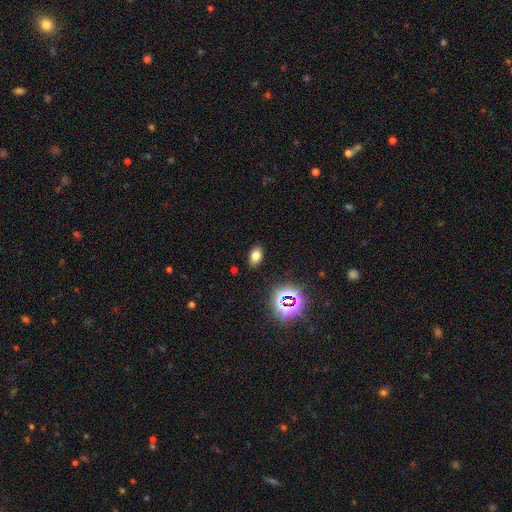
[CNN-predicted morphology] This appears to be a smooth galaxy with no disk features (71%) that is in between round and cigar-shaped (86%). Merging: none (87%).